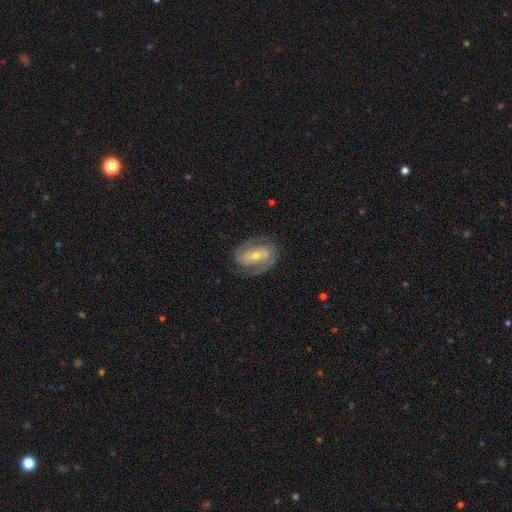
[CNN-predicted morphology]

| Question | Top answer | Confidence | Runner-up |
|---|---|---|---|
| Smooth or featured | featured or disk | 79% | smooth (16%) |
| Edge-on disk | no | 96% | yes (4%) |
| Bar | strong | 39% | weak (33%) |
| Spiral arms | yes | 86% | no (14%) |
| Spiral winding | medium | 43% | tight (42%) |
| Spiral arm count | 2 | 83% | can't tell (9%) |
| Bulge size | moderate | 48% | small (47%) |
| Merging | none | 76% | minor disturbance (15%) |